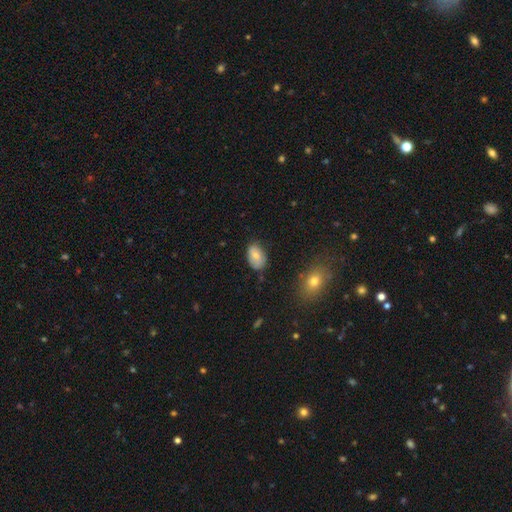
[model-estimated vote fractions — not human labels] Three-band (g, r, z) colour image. It shows a smooth galaxy with no disk features (71%) that is in between round and cigar-shaped (88%). Merging: none (68%).